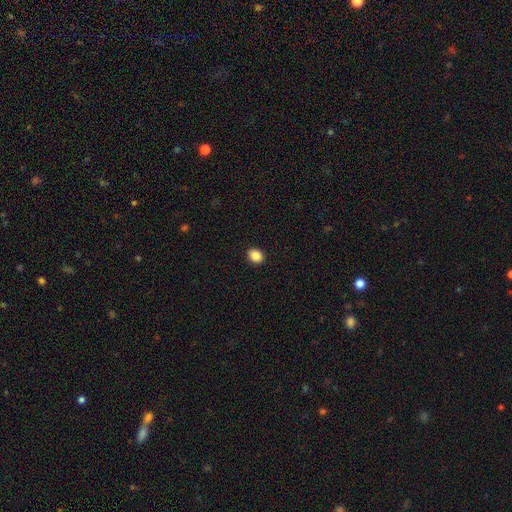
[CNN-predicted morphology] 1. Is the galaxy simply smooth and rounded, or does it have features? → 87% smooth, 9% star or artifact, 4% featured or disk.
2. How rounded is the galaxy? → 57% round, 42% in between, 1% cigar-shaped.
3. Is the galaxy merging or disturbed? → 92% none, 5% minor disturbance, 2% major disturbance, 1% merger.